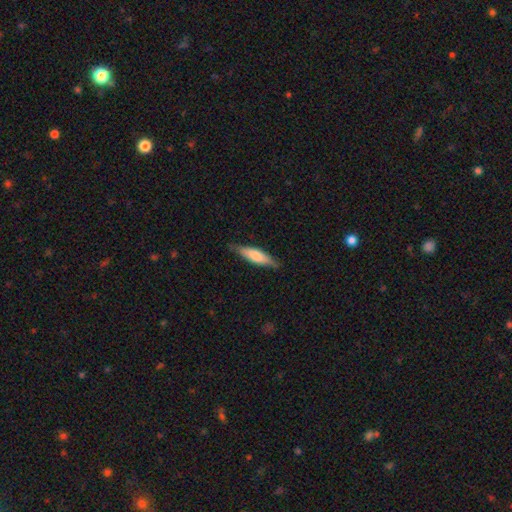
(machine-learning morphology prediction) Q: Smooth or featured?
A: smooth (63%); runner-up: featured or disk (31%)
Q: How rounded?
A: cigar-shaped (66%); runner-up: in between (32%)
Q: Merging?
A: none (81%); runner-up: minor disturbance (15%)